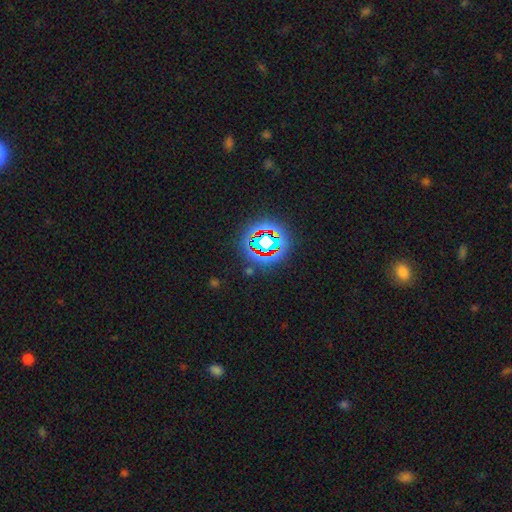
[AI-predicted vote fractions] Smooth or featured: star or artifact — 75% (smooth — 15%)